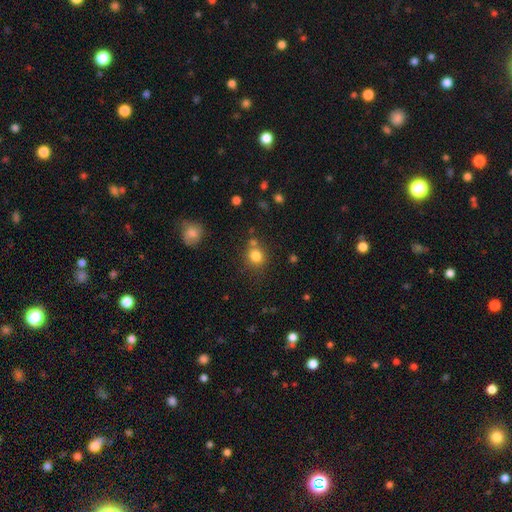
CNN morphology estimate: The model was most divided on "merging": none: 68%, merger: 16%, minor disturbance: 12%, major disturbance: 4%. More confident: how rounded — round (83%); smooth or featured — smooth (81%).